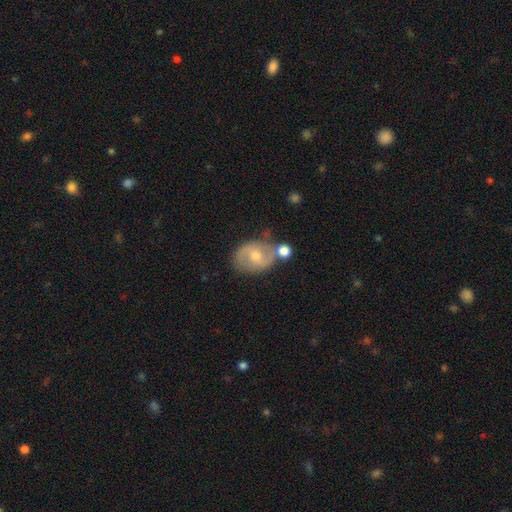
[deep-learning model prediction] Q: Smooth or featured?
A: featured or disk (68%); runner-up: smooth (25%)
Q: Edge-on disk?
A: no (96%); runner-up: yes (4%)
Q: Bar?
A: no (46%); runner-up: weak (43%)
Q: Spiral arms?
A: yes (83%); runner-up: no (17%)
Q: Spiral winding?
A: medium (49%); runner-up: tight (26%)
Q: Spiral arm count?
A: 2 (83%); runner-up: can't tell (10%)
Q: Bulge size?
A: moderate (55%); runner-up: small (40%)
Q: Merging?
A: none (60%); runner-up: minor disturbance (19%)